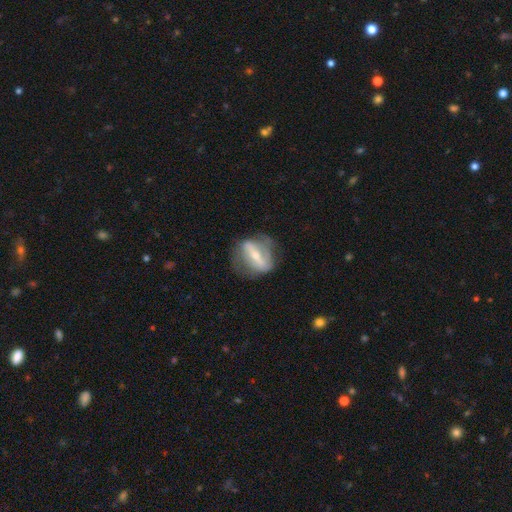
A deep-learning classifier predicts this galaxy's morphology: Overall: featured or disk (70%). Edge-on disk: no (87%). Bar: strong (67%). Spiral arms: yes (52%; no 48%). Bulge size: small (49%; moderate 45%). Merging: none (58%; minor disturbance 24%).